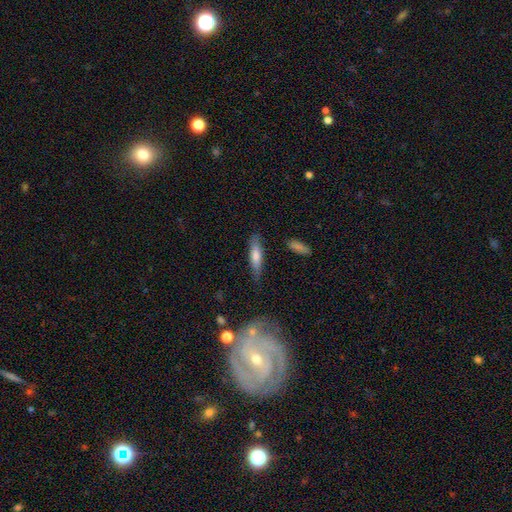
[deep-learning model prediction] This appears to be a smooth galaxy with no disk features (67%) that is cigar-shaped (70%). Merging: none (75%).